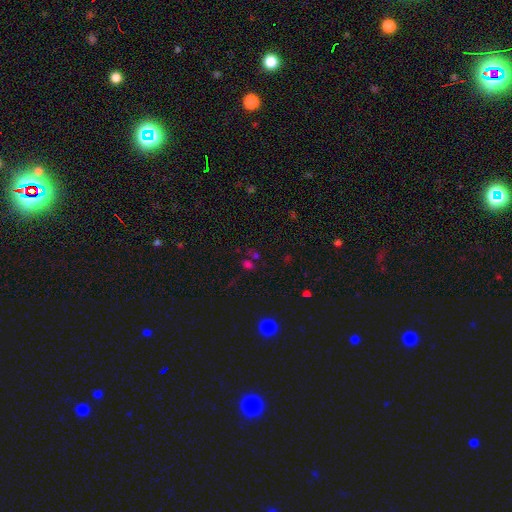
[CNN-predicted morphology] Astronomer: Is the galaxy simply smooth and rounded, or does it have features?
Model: smooth — 50% (runner-up: star or artifact, 42%).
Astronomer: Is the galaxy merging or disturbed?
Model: none — 59%.